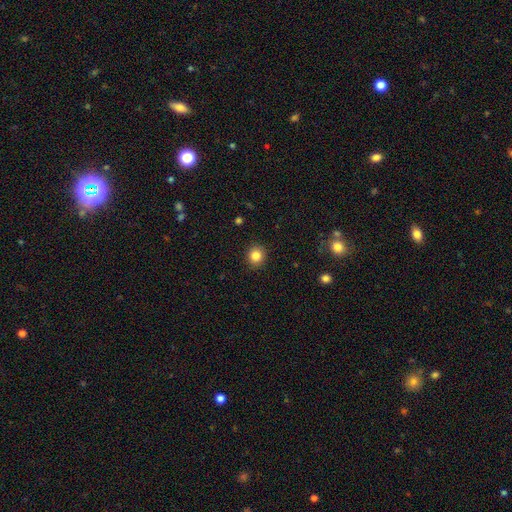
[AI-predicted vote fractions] This is clearly a smooth galaxy (84%). How rounded: clearly round (88%). Merging: clearly none (92%).